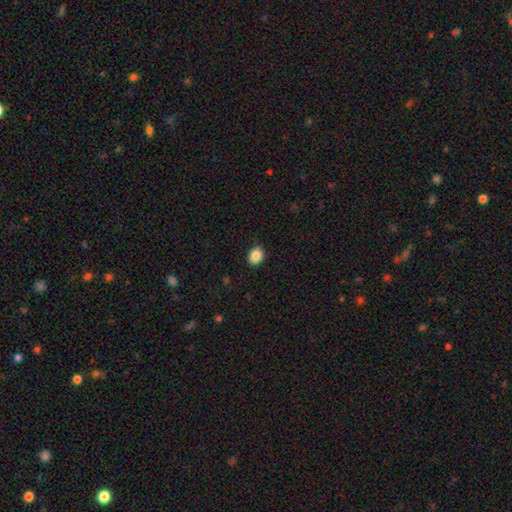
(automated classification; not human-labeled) Smooth or featured: smooth — 87% (star or artifact — 9%)
How rounded: in between — 55% (round — 44%)
Merging: none — 89% (minor disturbance — 8%)